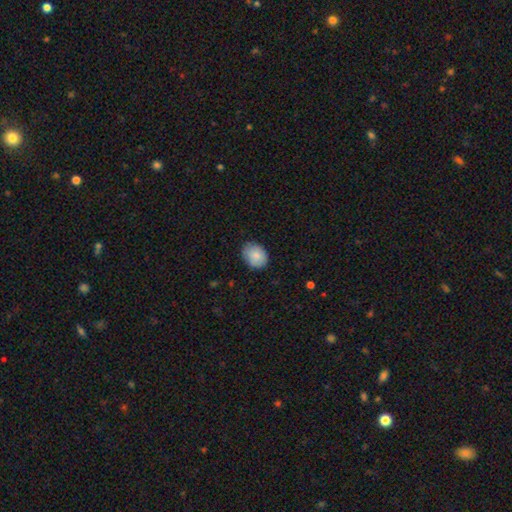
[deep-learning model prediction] Overall: smooth (84%). How rounded: in between (61%; round 38%). Merging: none (79%).